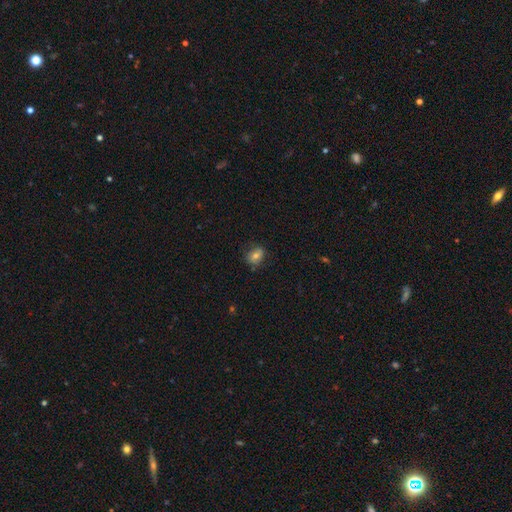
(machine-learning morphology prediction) type=smooth (71%); roundness=in between (55%); merging=none (76%).